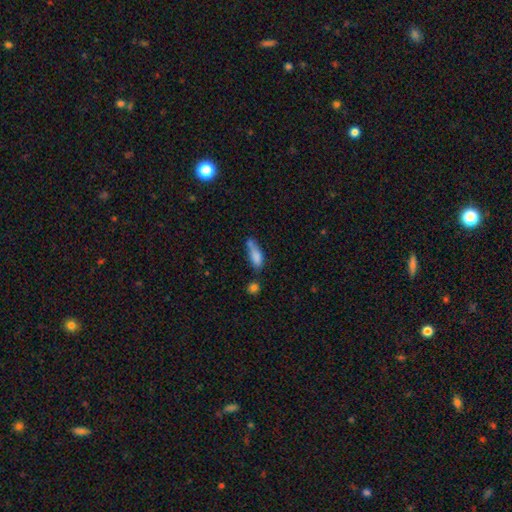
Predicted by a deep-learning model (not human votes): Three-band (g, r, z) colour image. It shows a smooth galaxy with no disk features (78%) that is in between round and cigar-shaped (61%). Merging: none (38%).